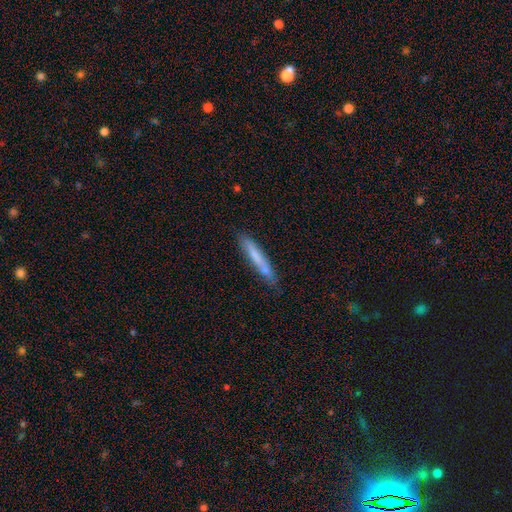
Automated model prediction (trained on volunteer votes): The model was most divided on "smooth or featured": smooth: 70%, featured or disk: 24%, star or artifact: 6%. More confident: how rounded — cigar-shaped (93%); merging — none (74%).